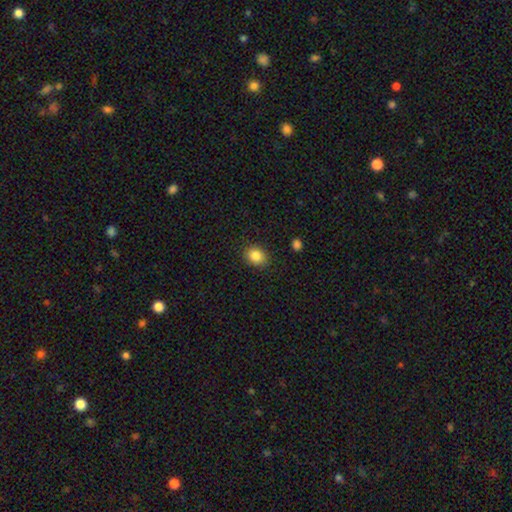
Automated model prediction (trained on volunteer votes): The model was most divided on "how rounded": round: 57%, in between: 42%, cigar-shaped: 1%. More confident: merging — none (88%); smooth or featured — smooth (85%).